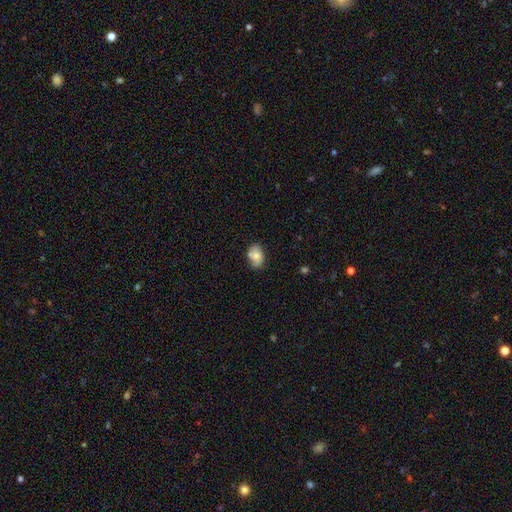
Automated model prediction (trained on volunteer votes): smooth_or_featured: smooth (p=0.75) [alt: featured or disk p=0.17]
how_rounded: in between (p=0.82) [alt: round p=0.17]
merging: none (p=0.67) [alt: minor disturbance p=0.24]